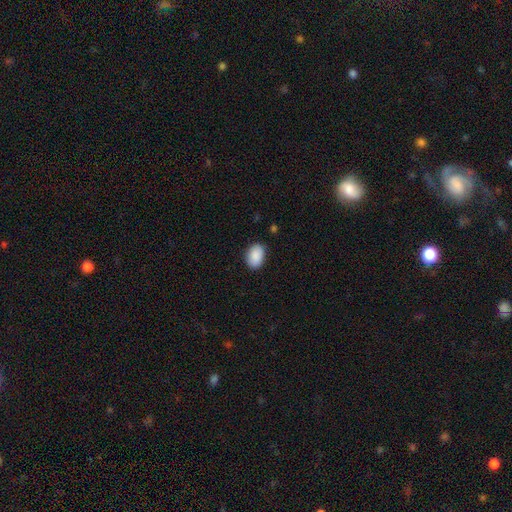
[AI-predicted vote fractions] Morphology: type=smooth (90%); roundness=in between (86%); merging=none (86%).